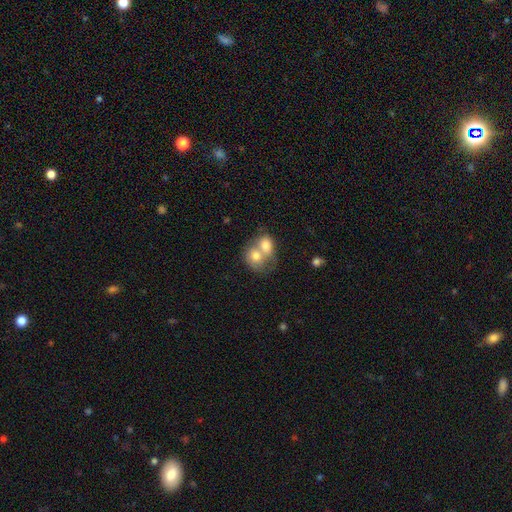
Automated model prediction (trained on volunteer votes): A smooth galaxy with no disk features (71%) that is round (55%). Merging: merger (77%).